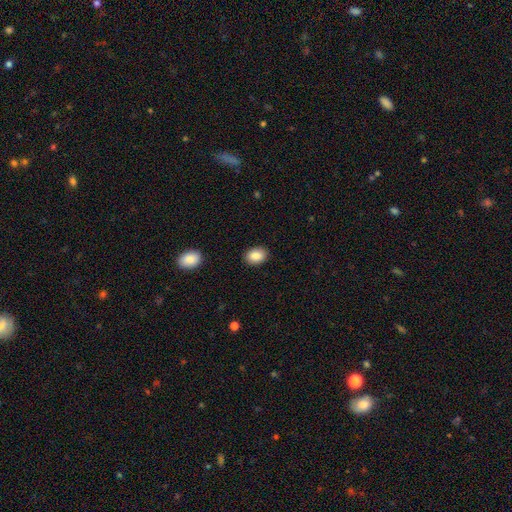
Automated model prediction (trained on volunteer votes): A smooth galaxy with no disk features (88%) that is in between round and cigar-shaped (76%).

Vote fractions:
- Smooth or featured? smooth: 88% / star or artifact: 8% / featured or disk: 4%
- How rounded? in between: 76% / round: 23% / cigar-shaped: 1%
- Merging? none: 89% / minor disturbance: 8% / major disturbance: 2% / merger: 1%